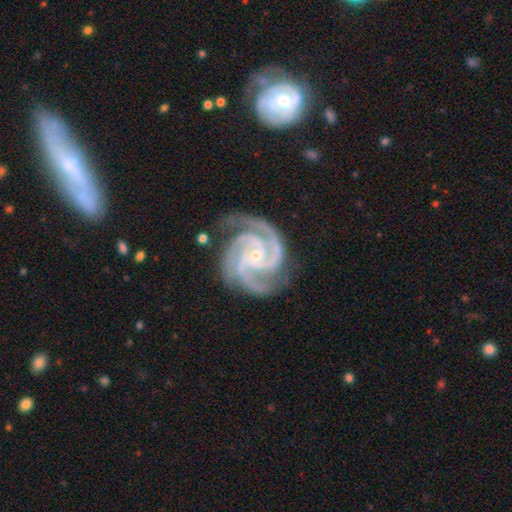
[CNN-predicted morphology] Smooth or featured? Predicted: featured or disk (p=0.95). Edge-on disk? Predicted: no (p=0.99). Bar? Predicted: no (p=0.64). Spiral arms? Predicted: yes (p=0.99). Spiral winding? Predicted: tight (p=0.63). Spiral arm count? Predicted: 3 (p=0.67). Bulge size? Predicted: small (p=0.76). Merging? Predicted: none (p=0.79).